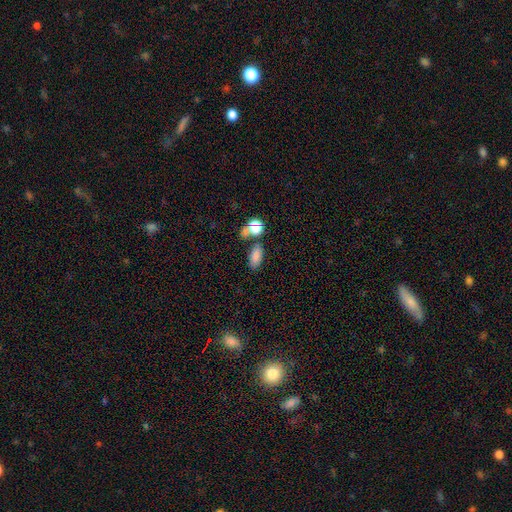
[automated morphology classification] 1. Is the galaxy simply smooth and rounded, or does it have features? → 81% smooth, 11% star or artifact, 8% featured or disk.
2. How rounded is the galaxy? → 88% in between, 8% round, 5% cigar-shaped.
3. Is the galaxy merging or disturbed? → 54% none, 25% merger, 14% minor disturbance, 7% major disturbance.